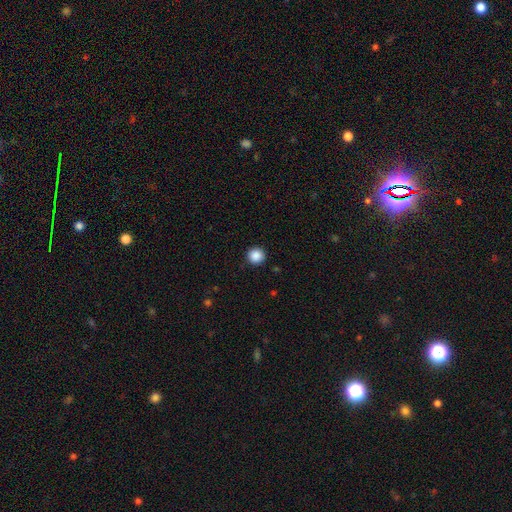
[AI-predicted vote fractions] The model was most divided on "smooth or featured": smooth: 88%, star or artifact: 9%, featured or disk: 3%. More confident: how rounded — round (95%); merging — none (92%).